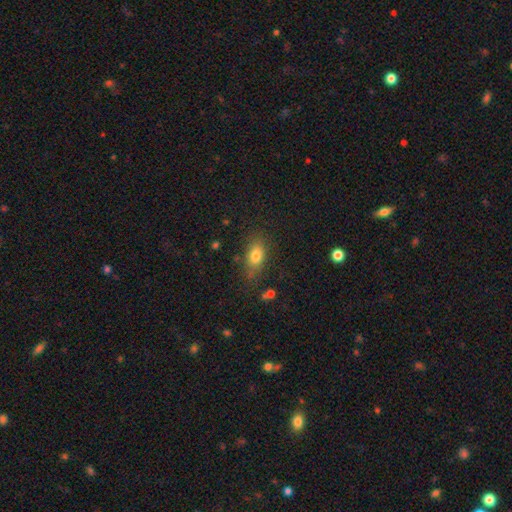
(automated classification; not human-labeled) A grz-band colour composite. It shows a smooth galaxy with no disk features (78%) that is in between round and cigar-shaped (78%). Merging: none (74%).